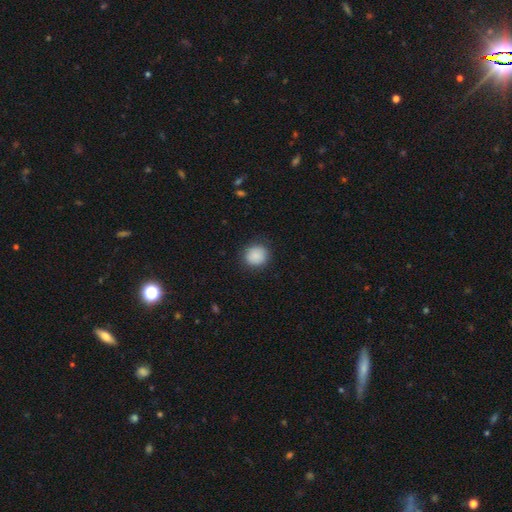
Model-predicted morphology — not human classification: smooth_or_featured: smooth (p=0.88) [alt: star or artifact p=0.08]
how_rounded: round (p=0.88) [alt: in between p=0.11]
merging: none (p=0.88) [alt: minor disturbance p=0.09]